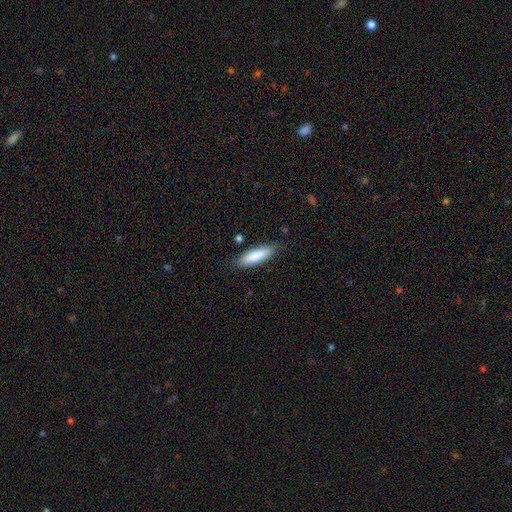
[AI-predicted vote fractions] Smooth or featured: smooth — 85% (featured or disk — 10%)
How rounded: cigar-shaped — 60% (in between — 38%)
Merging: none — 82% (minor disturbance — 13%)